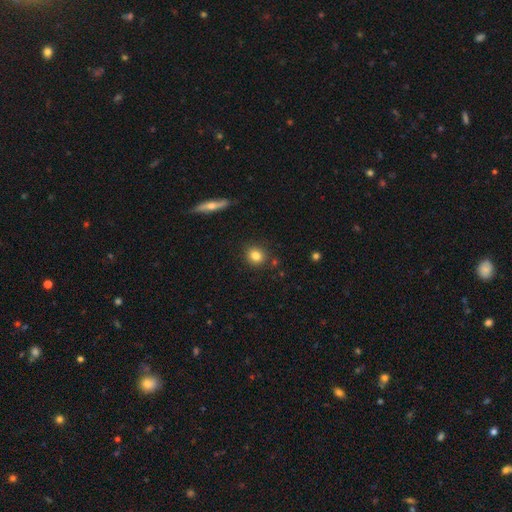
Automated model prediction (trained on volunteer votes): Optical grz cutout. It shows a smooth galaxy with no disk features (82%) that is round (85%). Merging: none (88%).